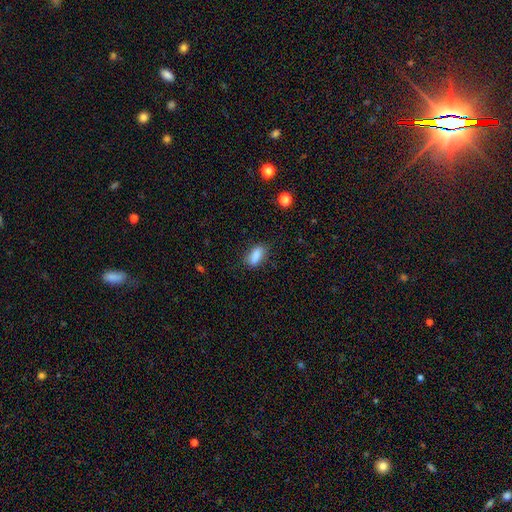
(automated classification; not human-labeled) Overall: smooth (85%). How rounded: in between (82%). Merging: none (74%).